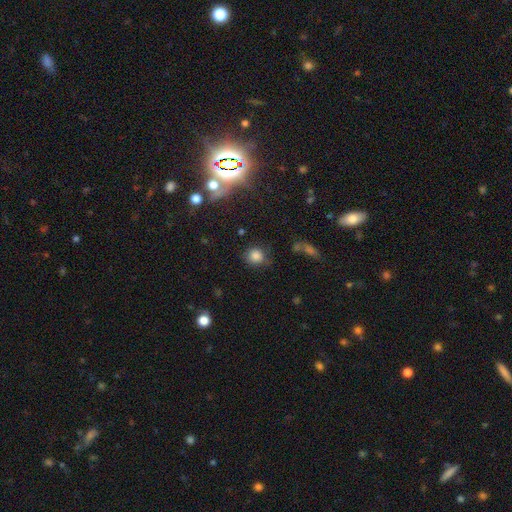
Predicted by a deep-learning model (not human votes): smooth 81%, star or artifact 13%, featured or disk 5%. Down the decision tree: how rounded — round (87%); merging — none (77%).